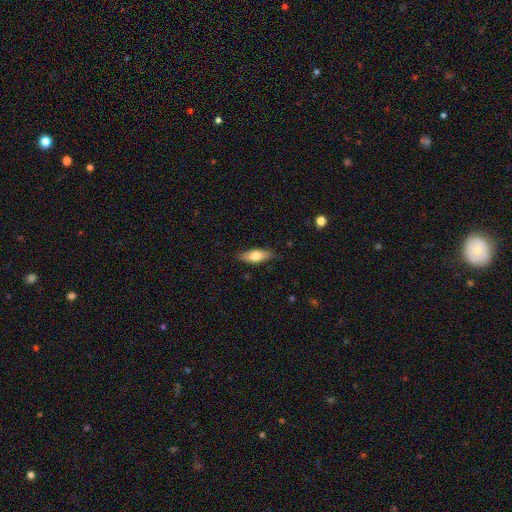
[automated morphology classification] Overall: smooth (69%). How rounded: in between (67%; cigar-shaped 31%). Merging: none (83%).